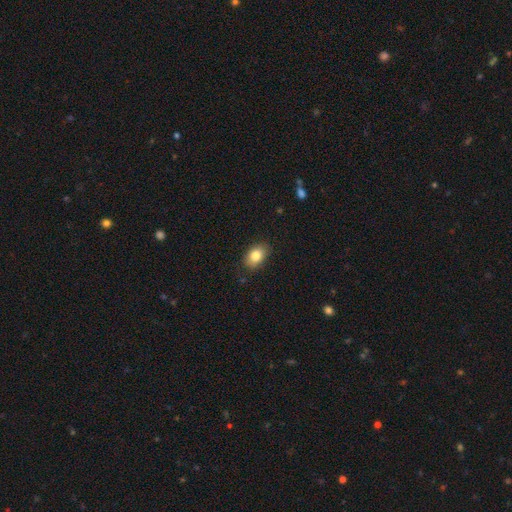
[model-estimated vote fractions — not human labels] Overall: smooth (83%). How rounded: in between (80%). Merging: none (83%).